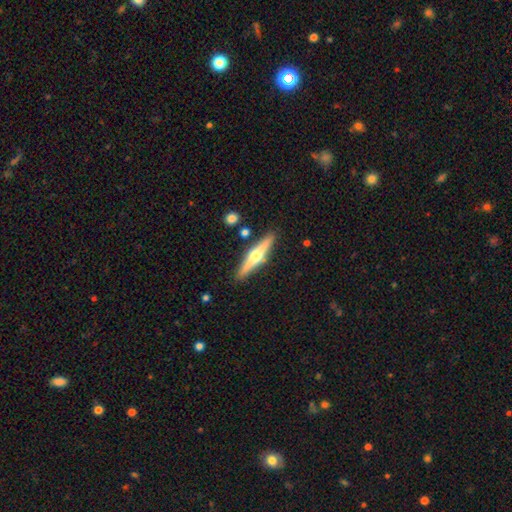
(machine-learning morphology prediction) Smooth or featured? featured or disk (67%)
Edge-on disk? yes (97%)
Edge-on bulge? rounded (94%)
Merging? none (88%)